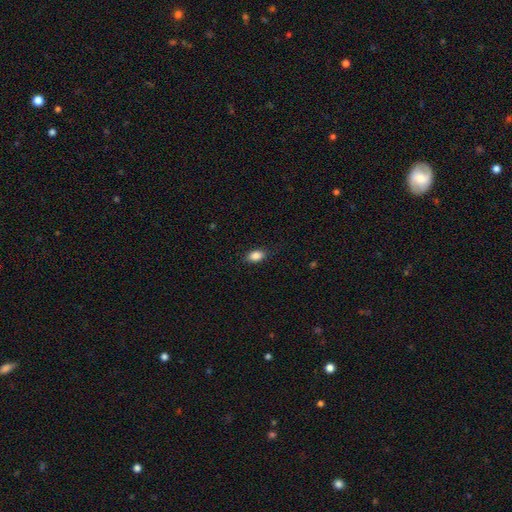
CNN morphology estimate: smooth 87%, star or artifact 8%, featured or disk 5%. Down the decision tree: how rounded — in between (87%); merging — none (84%).